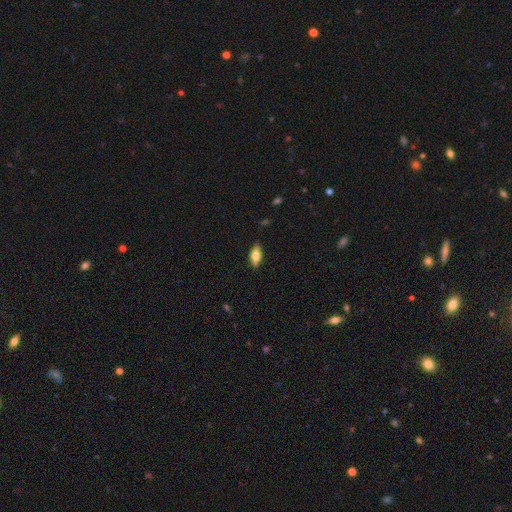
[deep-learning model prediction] Smooth or featured? Predicted: smooth (p=0.72). How rounded? Predicted: in between (p=0.84). Merging? Predicted: none (p=0.86).